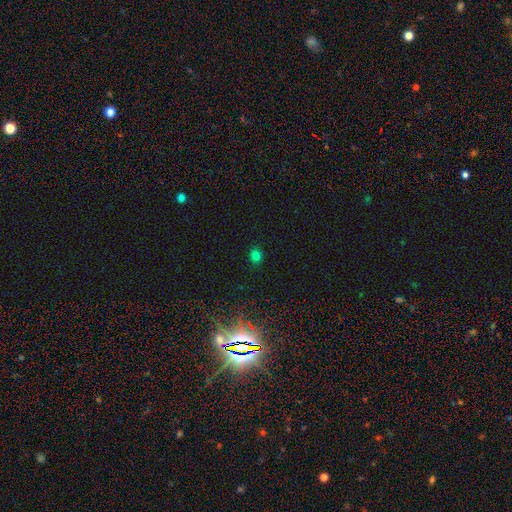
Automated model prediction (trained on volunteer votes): smooth-or-featured: smooth: 75% | star or artifact: 20% | featured or disk: 5%
  how-rounded: round: 77% | in between: 22% | cigar-shaped: 1%
  merging: none: 89% | minor disturbance: 8% | major disturbance: 2% | merger: 1%